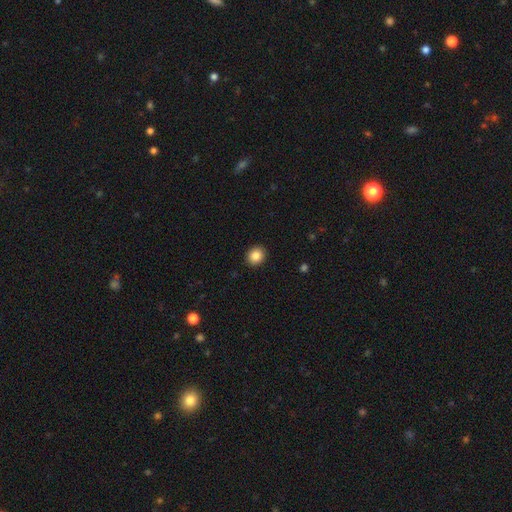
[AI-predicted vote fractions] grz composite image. It shows a smooth galaxy with no disk features (86%) that is round (79%). Merging: none (92%).